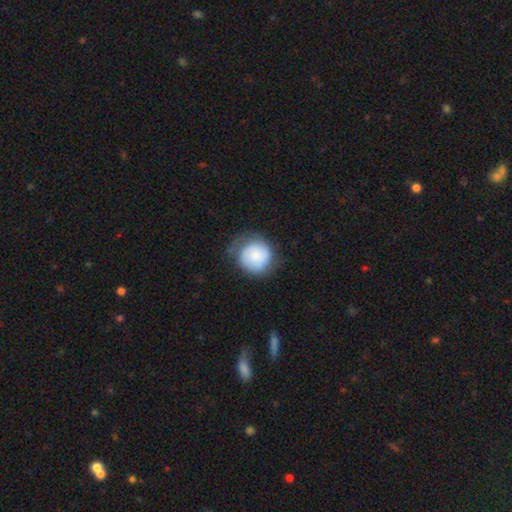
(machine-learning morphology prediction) smooth_or_featured: smooth (p=0.71) [alt: featured or disk p=0.22]
how_rounded: round (p=0.89) [alt: in between p=0.10]
merging: none (p=0.56) [alt: minor disturbance p=0.29]